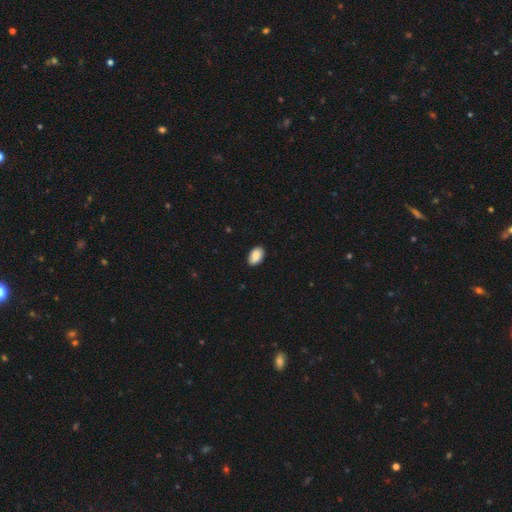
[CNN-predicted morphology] smooth_or_featured: smooth (p=0.89) [alt: star or artifact p=0.07]
how_rounded: in between (p=0.93) [alt: round p=0.06]
merging: none (p=0.87) [alt: minor disturbance p=0.10]